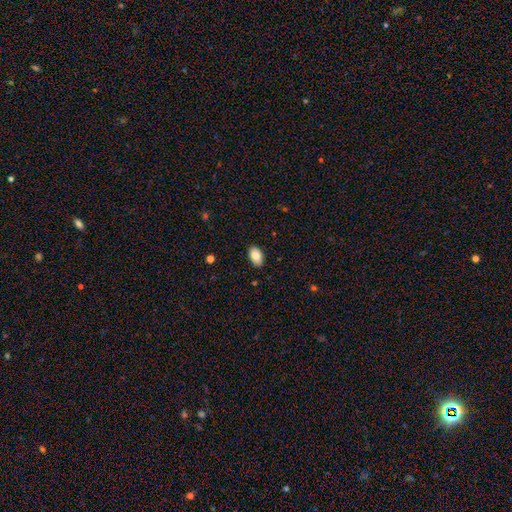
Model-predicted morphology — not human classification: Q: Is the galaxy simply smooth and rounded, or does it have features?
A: smooth — 84%.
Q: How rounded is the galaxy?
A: in between — 90%.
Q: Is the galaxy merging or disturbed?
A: none — 88%.